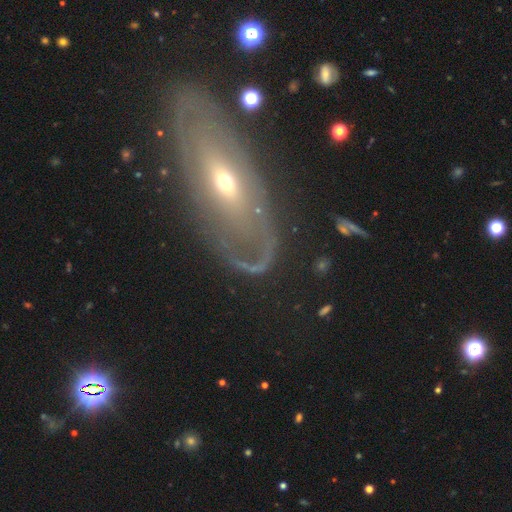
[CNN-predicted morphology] Smooth or featured?
  - featured or disk: 75% *
  - smooth: 16%
  - star or artifact: 9%
Edge-on disk?
  - no: 87% *
  - yes: 13%
Bar?
  - no: 63% *
  - weak: 26%
  - strong: 11%
Spiral arms?
  - yes: 70% *
  - no: 30%
Bulge size?
  - small: 55% *
  - moderate: 40%
  - large: 3%
  - dominant: 1%
  - none: 1%
Merging?
  - none: 74% *
  - minor disturbance: 14%
  - major disturbance: 10%
  - merger: 3%